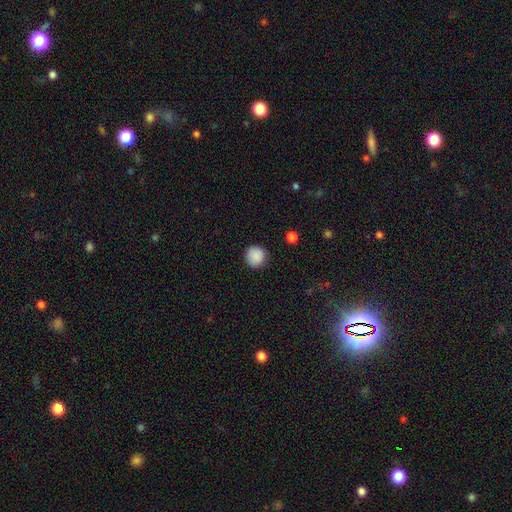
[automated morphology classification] This is clearly a smooth galaxy (89%). How rounded: clearly round (93%). Merging: clearly none (88%).